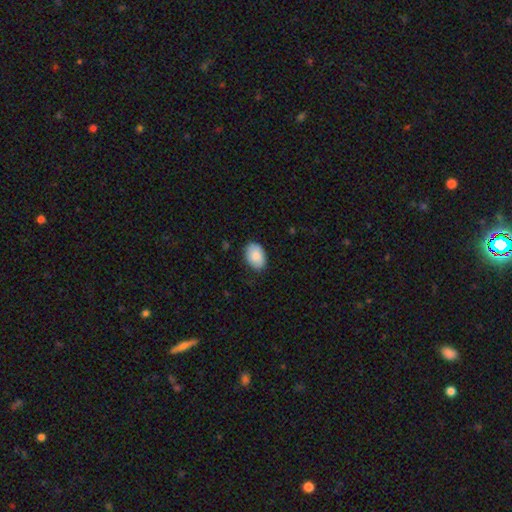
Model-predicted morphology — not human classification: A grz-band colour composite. It shows a smooth galaxy with no disk features (87%) that is in between round and cigar-shaped (86%). Merging: none (81%).